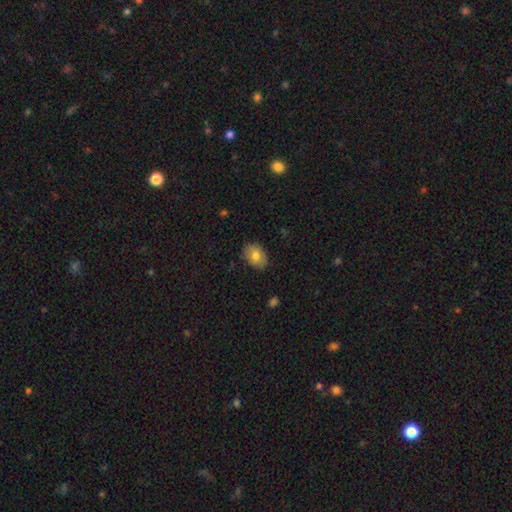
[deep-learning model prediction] Morphology: type=smooth (78%); roundness=in between (73%); merging=none (84%).